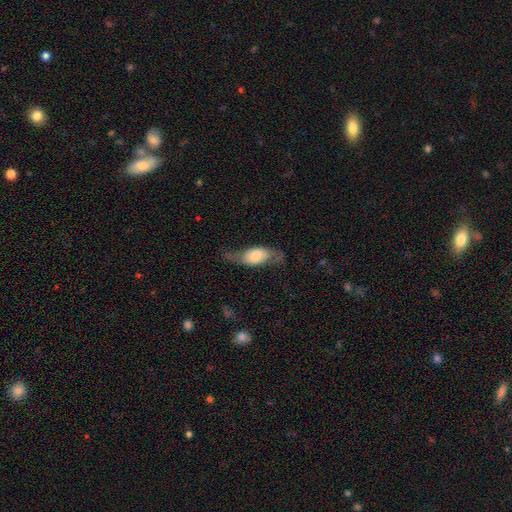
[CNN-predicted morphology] This appears to be a featured or disk galaxy (48%). Merging: none (53%).